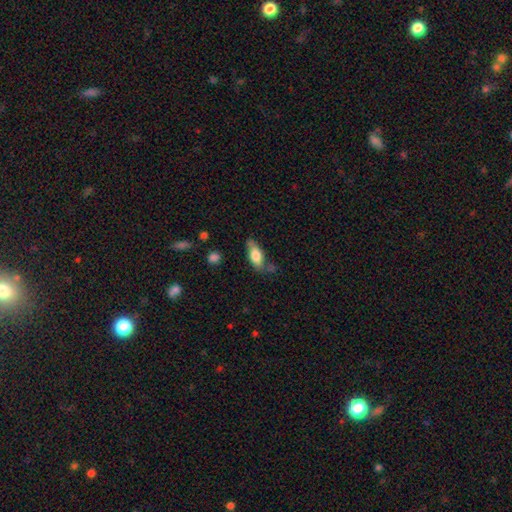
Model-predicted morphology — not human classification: Overall: smooth (73%). How rounded: in between (78%). Merging: none (62%; minor disturbance 25%).